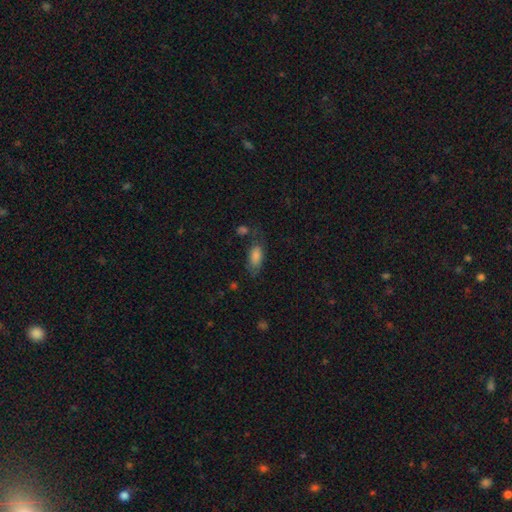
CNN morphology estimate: This is likely a smooth galaxy (79%). How rounded: clearly in between (85%). Merging: possibly none (58%).